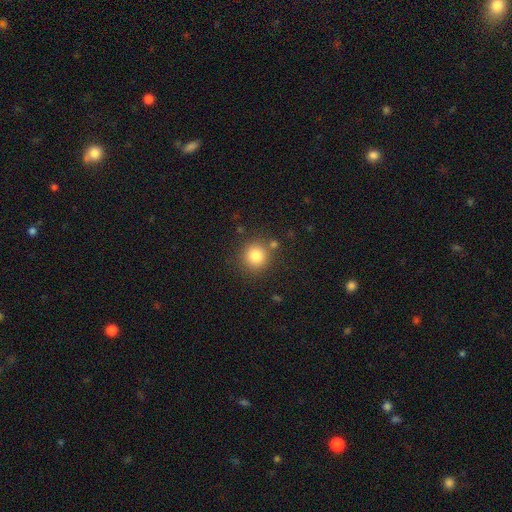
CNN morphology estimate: A smooth galaxy with no disk features (81%) that is round (92%). Merging: none (83%).